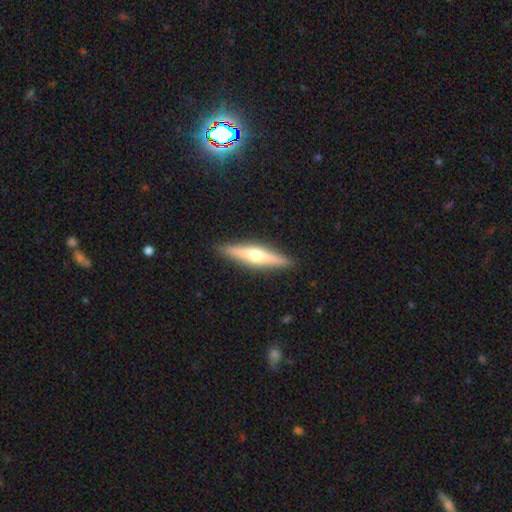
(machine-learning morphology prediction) smooth-or-featured: featured or disk: 65% | smooth: 29% | star or artifact: 6%
  disk-edge-on: yes: 96% | no: 4%
    edge-on-bulge: rounded: 91% | none: 5% | boxy: 4%
  merging: none: 91% | minor disturbance: 6% | major disturbance: 1% | merger: 1%